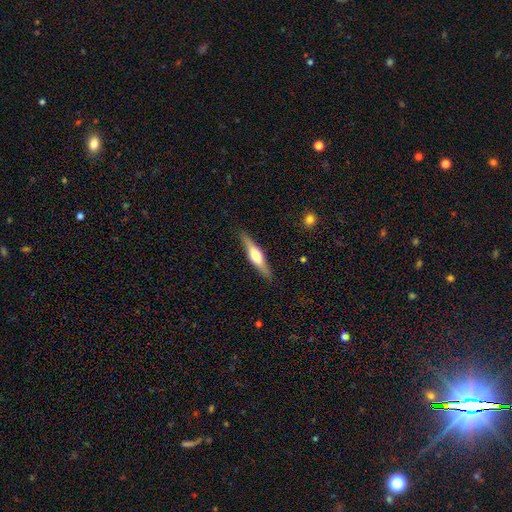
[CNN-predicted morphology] smooth-or-featured: featured or disk: 58% | smooth: 36% | star or artifact: 5%
  disk-edge-on: yes: 95% | no: 5%
    edge-on-bulge: rounded: 87% | boxy: 9% | none: 4%
  merging: none: 88% | minor disturbance: 9% | major disturbance: 2% | merger: 1%